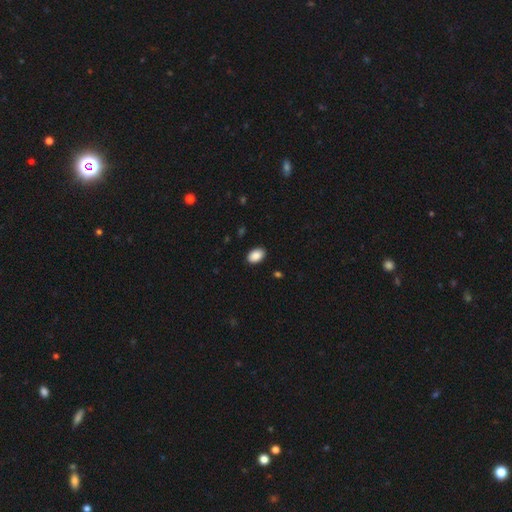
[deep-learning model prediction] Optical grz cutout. It shows a smooth galaxy with no disk features (90%) that is in between round and cigar-shaped (87%). Merging: none (90%).